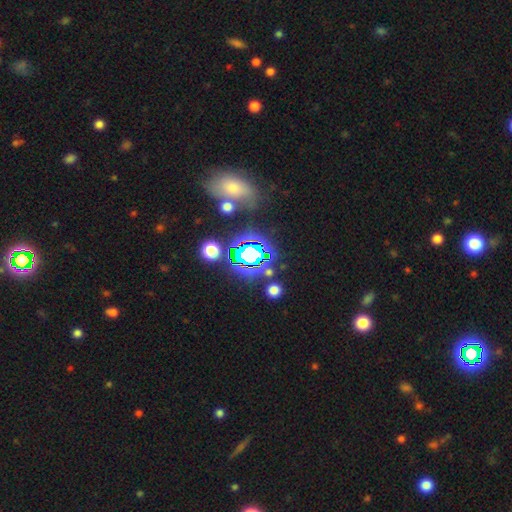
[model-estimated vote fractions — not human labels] Overall: star or artifact (65%).